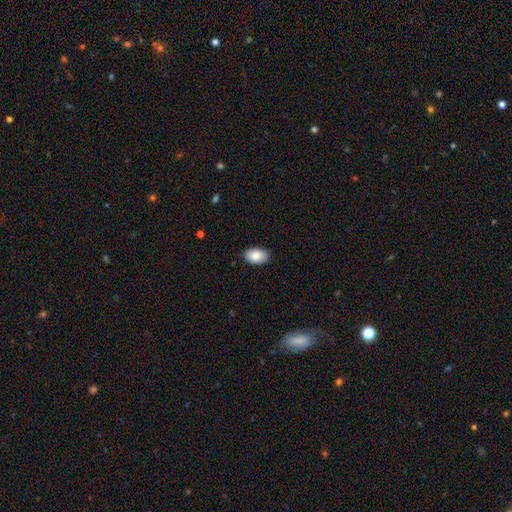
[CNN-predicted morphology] smooth_or_featured: smooth (p=0.85) [alt: featured or disk p=0.08]
how_rounded: in between (p=0.92) [alt: round p=0.07]
merging: none (p=0.88) [alt: minor disturbance p=0.09]